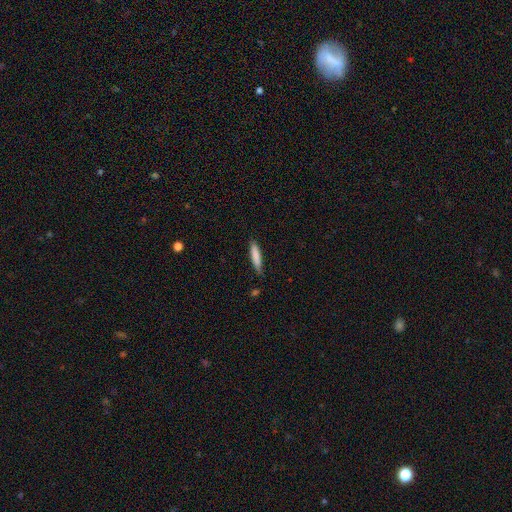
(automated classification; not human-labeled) smooth-or-featured: smooth: 81% | featured or disk: 13% | star or artifact: 6%
  how-rounded: cigar-shaped: 84% | in between: 14% | round: 1%
  merging: none: 79% | minor disturbance: 17% | major disturbance: 3% | merger: 2%